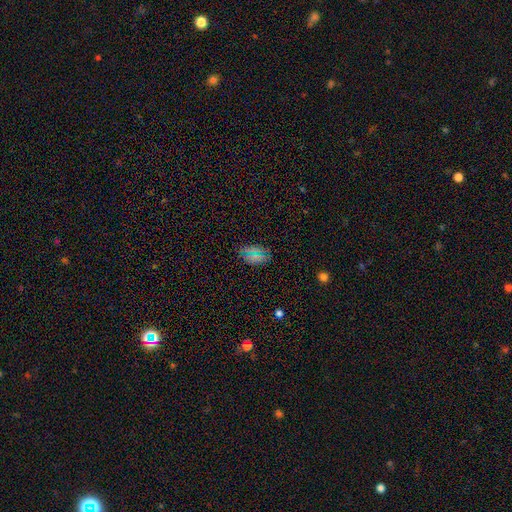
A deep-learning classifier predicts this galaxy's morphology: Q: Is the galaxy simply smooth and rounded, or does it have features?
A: smooth — 73%.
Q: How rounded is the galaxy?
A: in between — 87%.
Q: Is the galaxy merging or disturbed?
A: none — 84%.